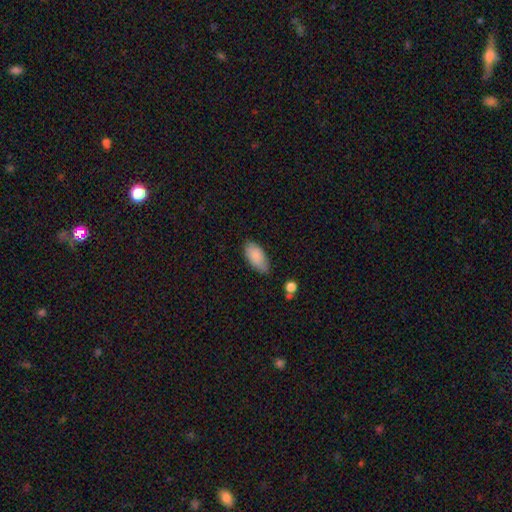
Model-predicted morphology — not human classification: Smooth or featured? Predicted: smooth (p=0.86). How rounded? Predicted: in between (p=0.92). Merging? Predicted: none (p=0.67).